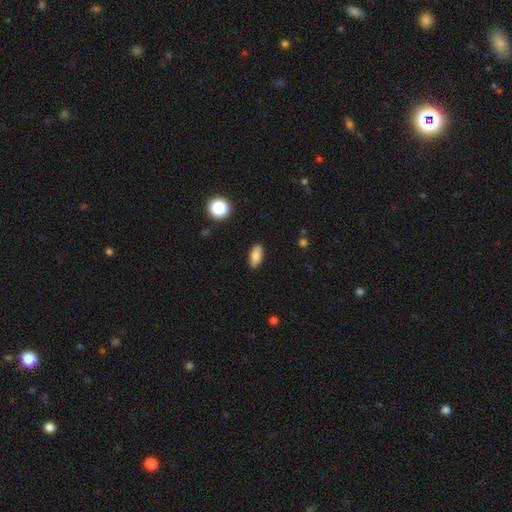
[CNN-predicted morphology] smooth-or-featured: smooth: 82% | featured or disk: 10% | star or artifact: 8%
  how-rounded: in between: 84% | cigar-shaped: 12% | round: 4%
  merging: none: 86% | minor disturbance: 10% | major disturbance: 2% | merger: 1%